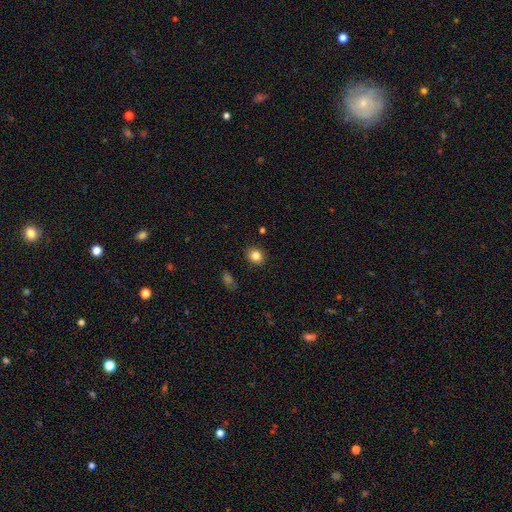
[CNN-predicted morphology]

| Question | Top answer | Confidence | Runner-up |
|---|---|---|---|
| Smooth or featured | smooth | 84% | star or artifact (11%) |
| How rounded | round | 68% | in between (31%) |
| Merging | none | 87% | minor disturbance (10%) |